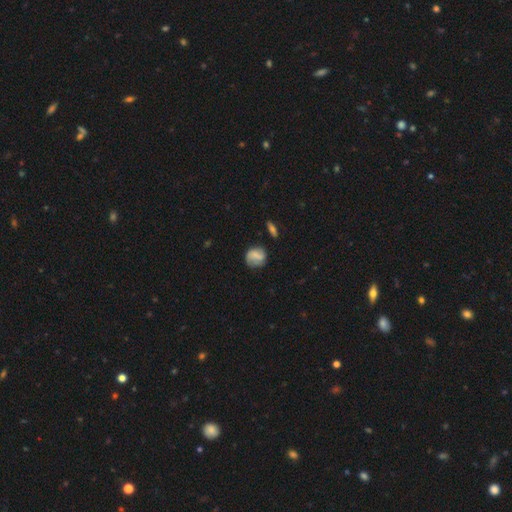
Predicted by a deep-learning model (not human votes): Smooth or featured?
  - smooth: 48% *
  - featured or disk: 44%
  - star or artifact: 8%
Merging?
  - none: 68% *
  - minor disturbance: 22%
  - major disturbance: 7%
  - merger: 4%